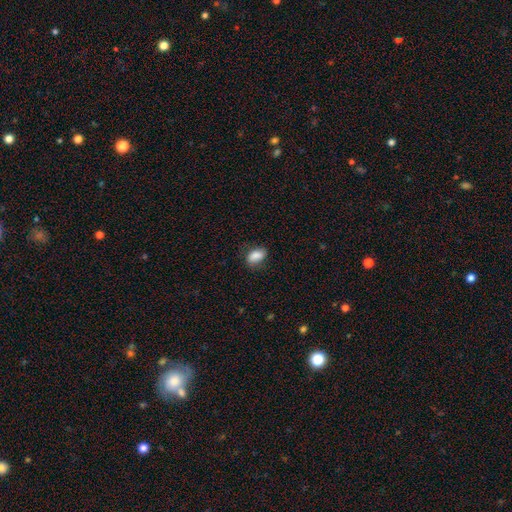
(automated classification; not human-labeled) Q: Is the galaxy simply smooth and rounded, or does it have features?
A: smooth — 85%.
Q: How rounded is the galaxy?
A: in between — 88%.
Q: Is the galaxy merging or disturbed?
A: none — 72%.